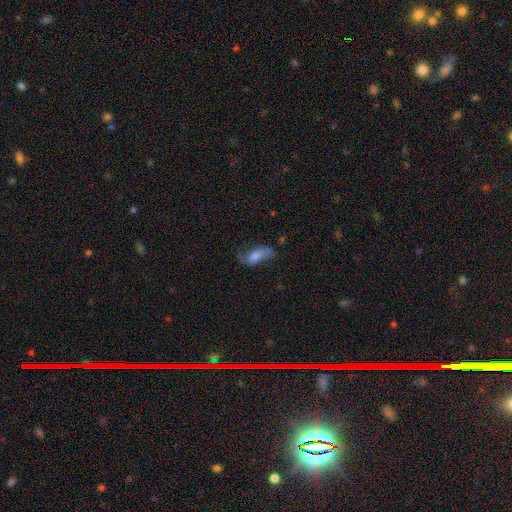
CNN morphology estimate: This is possibly a smooth galaxy (48%). Merging: possibly none (48%).